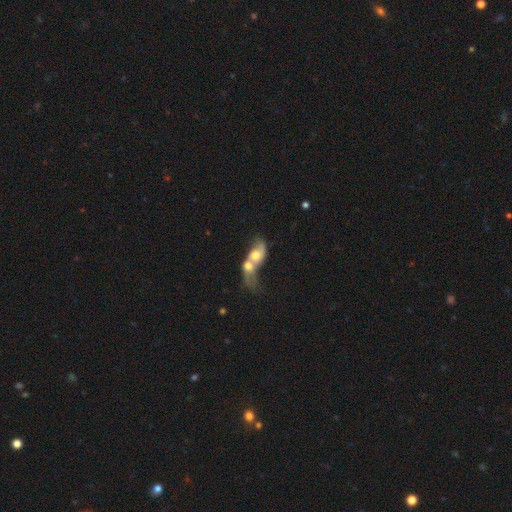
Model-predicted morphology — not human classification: A smooth galaxy with no disk features (48%).

Vote fractions:
- Smooth or featured? smooth: 48% / featured or disk: 44% / star or artifact: 8%
- Merging? merger: 83% / major disturbance: 7% / none: 6% / minor disturbance: 4%